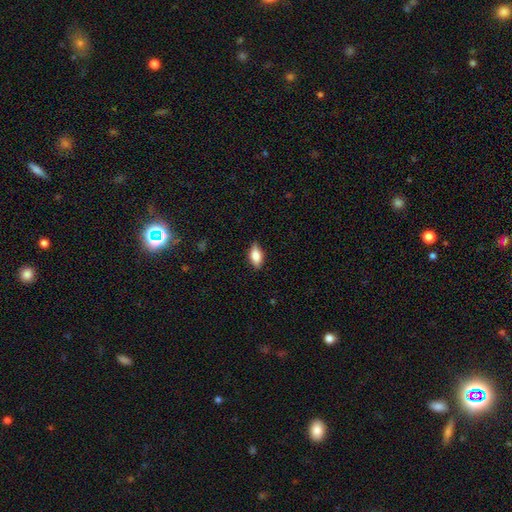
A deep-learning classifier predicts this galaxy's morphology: smooth_or_featured: smooth (p=0.76) [alt: featured or disk p=0.17]
how_rounded: in between (p=0.86) [alt: cigar-shaped p=0.08]
merging: none (p=0.82) [alt: minor disturbance p=0.15]